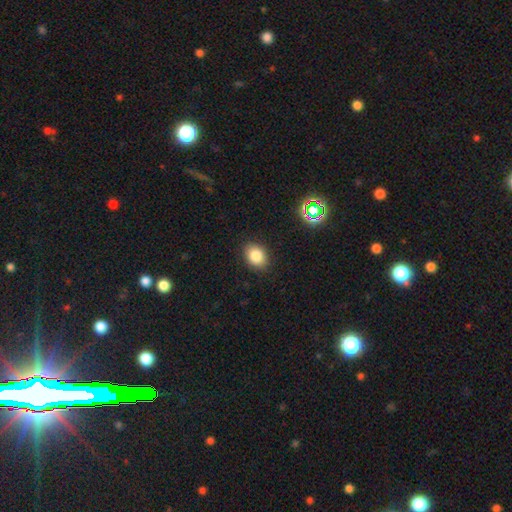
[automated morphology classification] A smooth galaxy with no disk features (82%) that is in between round and cigar-shaped (65%). Merging: none (87%).